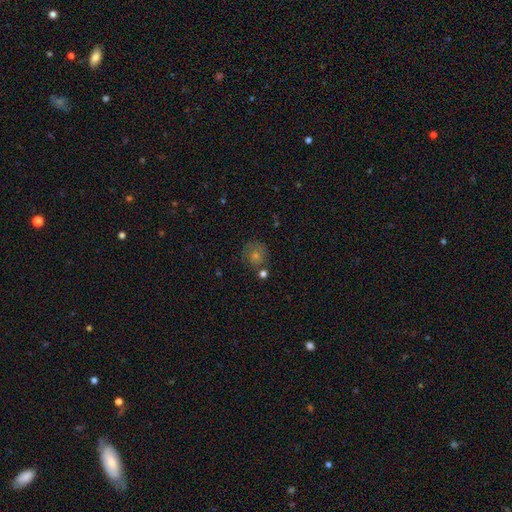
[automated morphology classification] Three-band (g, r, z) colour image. It shows a smooth galaxy with no disk features (52%) that is round (85%). Merging: none (73%).